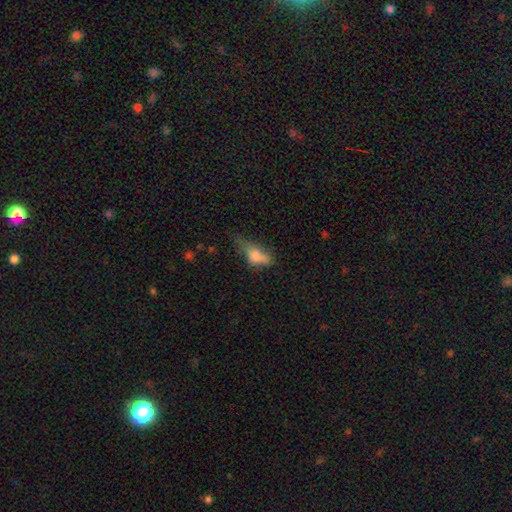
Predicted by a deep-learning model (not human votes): A smooth galaxy with no disk features (63%) that is in between round and cigar-shaped (75%). Merging: major disturbance (30%, tied with minor disturbance).